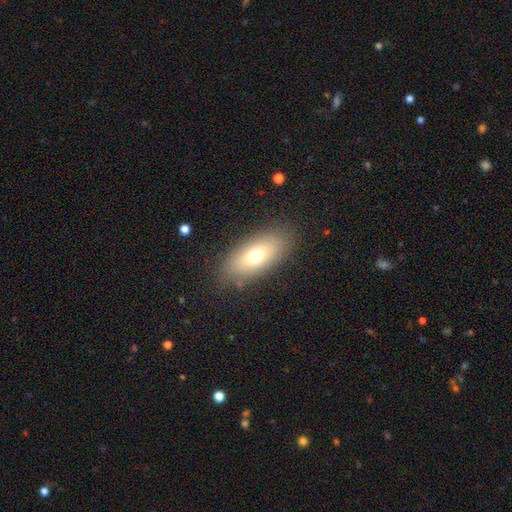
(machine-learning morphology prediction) This is likely a smooth galaxy (69%). How rounded: clearly in between (85%). Merging: clearly none (84%).